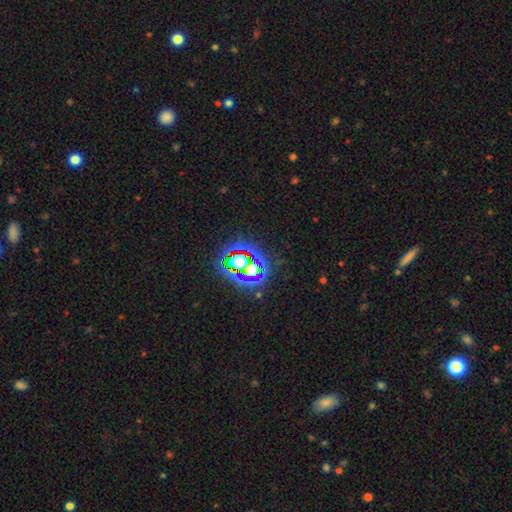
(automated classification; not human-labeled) Smooth or featured? star or artifact (73%)